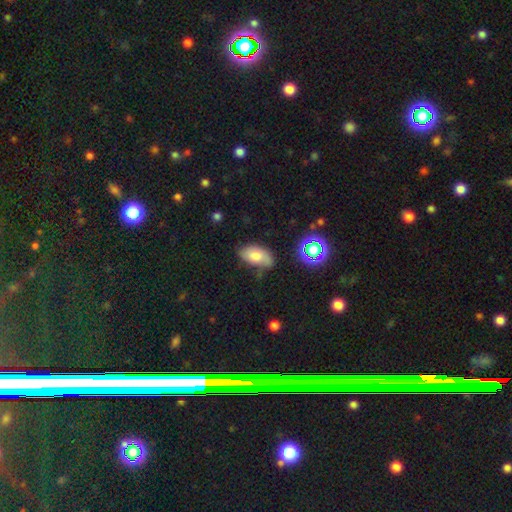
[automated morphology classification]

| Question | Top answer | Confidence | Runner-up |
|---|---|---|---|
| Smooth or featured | smooth | 71% | featured or disk (18%) |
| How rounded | in between | 92% | round (5%) |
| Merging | none | 61% | minor disturbance (28%) |